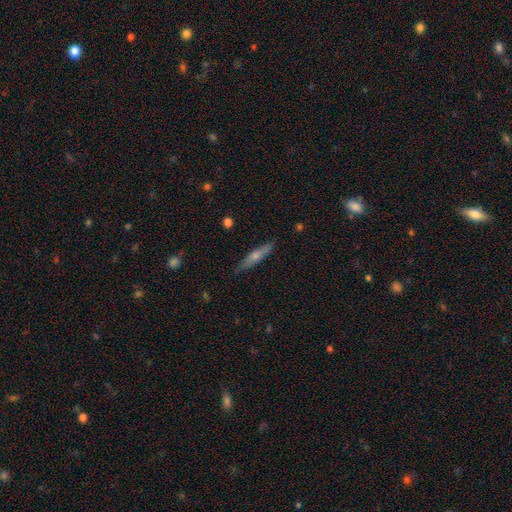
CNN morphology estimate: smooth_or_featured: featured or disk (p=0.47) [alt: smooth p=0.46]
merging: none (p=0.86) [alt: minor disturbance p=0.11]